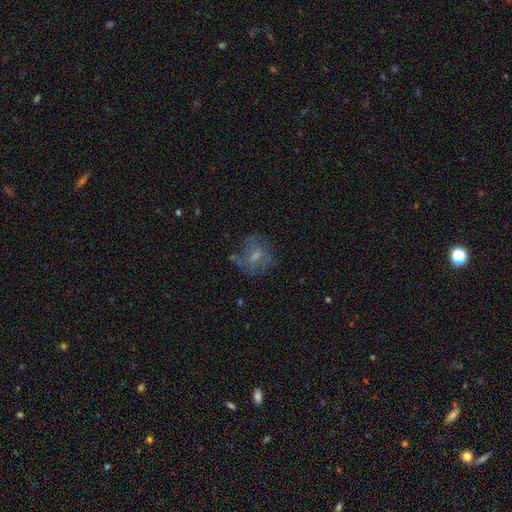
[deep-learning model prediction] This appears to be a featured or disk galaxy (45%). Merging: none (55%).